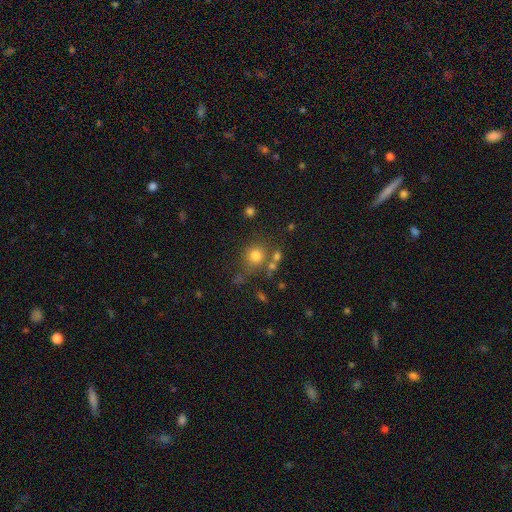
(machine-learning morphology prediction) smooth-or-featured: smooth: 77% | star or artifact: 15% | featured or disk: 9%
  how-rounded: round: 86% | in between: 13% | cigar-shaped: 1%
  merging: none: 65% | merger: 16% | minor disturbance: 13% | major disturbance: 6%